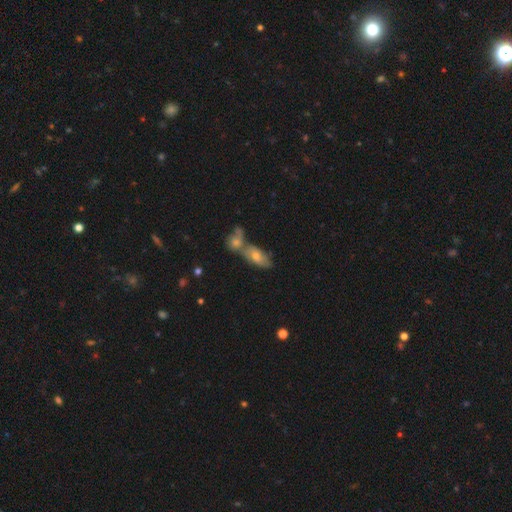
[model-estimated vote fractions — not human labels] Smooth or featured? smooth (56%)
How rounded? in between (84%)
Merging? merger (52%)